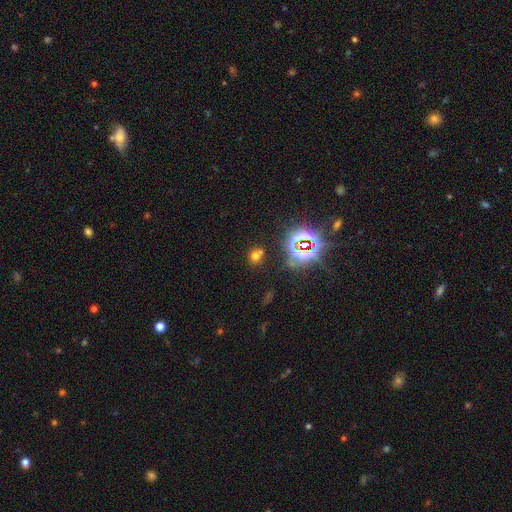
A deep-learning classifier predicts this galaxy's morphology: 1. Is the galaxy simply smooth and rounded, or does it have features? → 57% smooth, 34% star or artifact, 10% featured or disk.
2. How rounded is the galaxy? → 69% round, 30% in between, 1% cigar-shaped.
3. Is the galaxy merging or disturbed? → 64% none, 19% merger, 12% minor disturbance, 5% major disturbance.